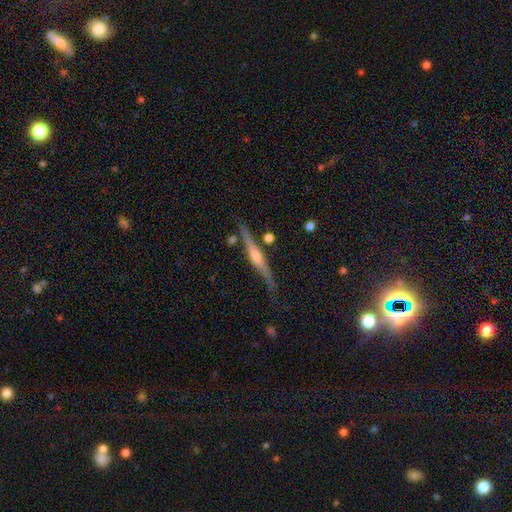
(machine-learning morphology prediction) smooth_or_featured: featured or disk (p=0.80) [alt: smooth p=0.14]
disk_edge_on: yes (p=0.97) [alt: no p=0.03]
edge_on_bulge: rounded (p=0.82) [alt: boxy p=0.10]
merging: none (p=0.76) [alt: minor disturbance p=0.15]